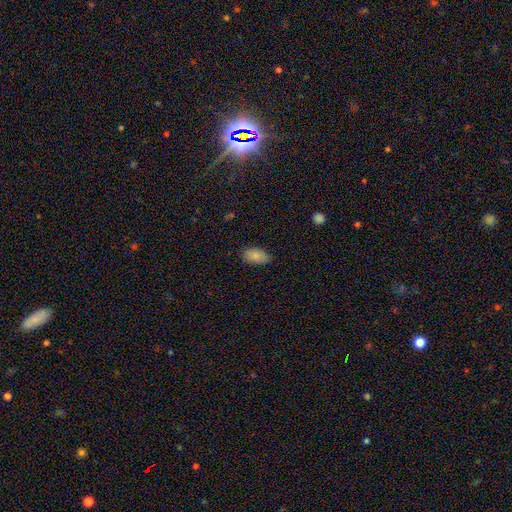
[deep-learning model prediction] Q: Smooth or featured?
A: smooth (85%); runner-up: featured or disk (8%)
Q: How rounded?
A: in between (94%); runner-up: round (4%)
Q: Merging?
A: none (83%); runner-up: minor disturbance (14%)